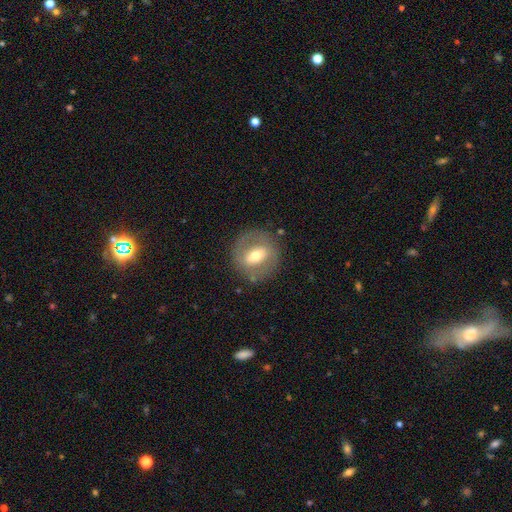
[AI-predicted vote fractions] This is possibly a featured or disk galaxy (51%). It is clearly not viewed edge-on (92%). Merging: likely none (79%).